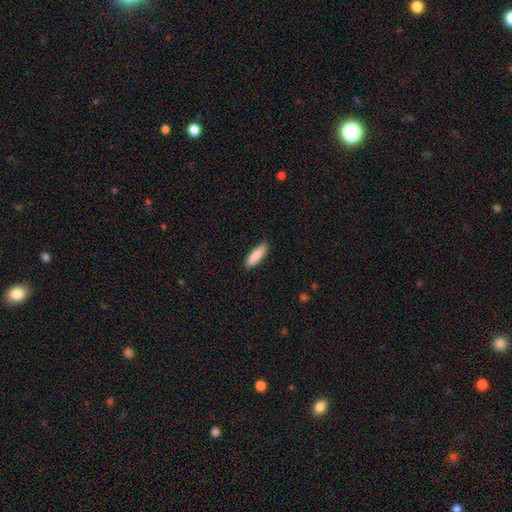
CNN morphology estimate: The model was most divided on "how rounded": cigar-shaped: 57%, in between: 41%, round: 1%. More confident: smooth or featured — smooth (89%); merging — none (88%).